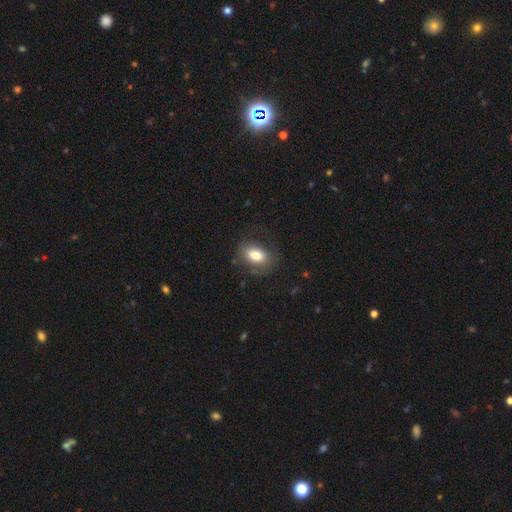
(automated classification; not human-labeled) A smooth galaxy with no disk features (78%) that is in between round and cigar-shaped (80%).

Vote fractions:
- Smooth or featured? smooth: 78% / featured or disk: 14% / star or artifact: 8%
- How rounded? in between: 80% / round: 19% / cigar-shaped: 1%
- Merging? none: 74% / minor disturbance: 17% / major disturbance: 8% / merger: 1%